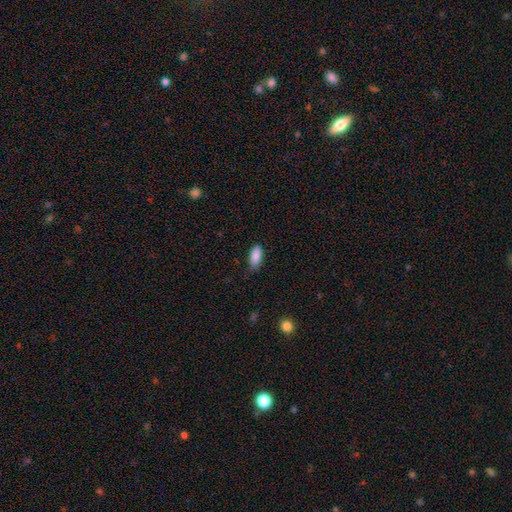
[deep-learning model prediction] Smooth or featured?
  - smooth: 88% *
  - star or artifact: 7%
  - featured or disk: 5%
How rounded?
  - in between: 83% *
  - cigar-shaped: 15%
  - round: 2%
Merging?
  - none: 75% *
  - minor disturbance: 20%
  - major disturbance: 3%
  - merger: 1%